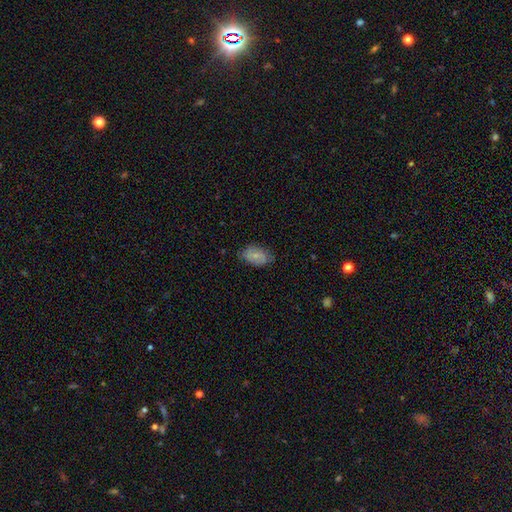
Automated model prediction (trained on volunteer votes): This appears to be a smooth galaxy with no disk features (71%) that is in between round and cigar-shaped (91%). Merging: none (75%).